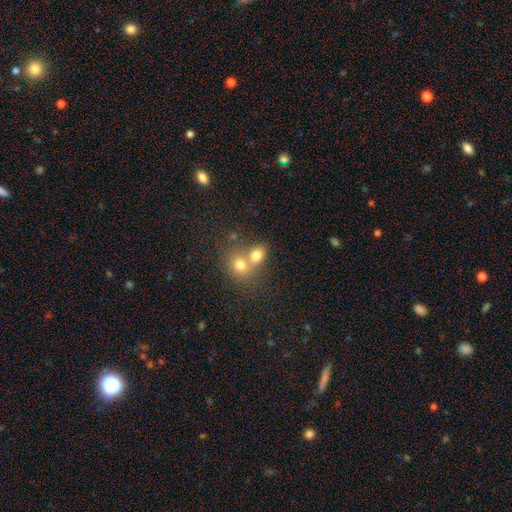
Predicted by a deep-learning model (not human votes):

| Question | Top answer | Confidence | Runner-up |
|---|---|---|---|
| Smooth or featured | smooth | 55% | star or artifact (32%) |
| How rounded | round | 80% | in between (18%) |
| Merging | none | 45% | merger (44%) |